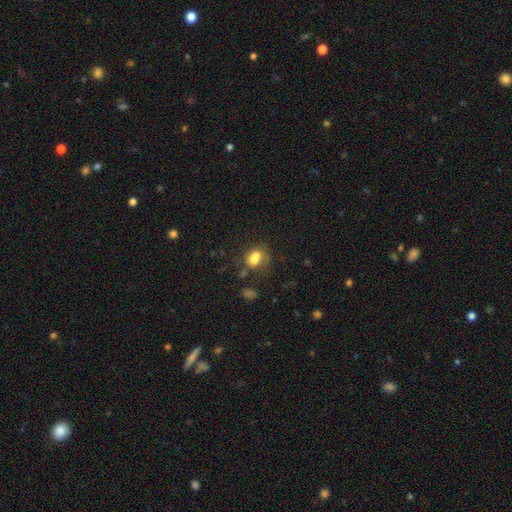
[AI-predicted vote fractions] smooth_or_featured: smooth (p=0.74) [alt: featured or disk p=0.14]
how_rounded: in between (p=0.65) [alt: round p=0.33]
merging: none (p=0.46) [alt: merger p=0.23]